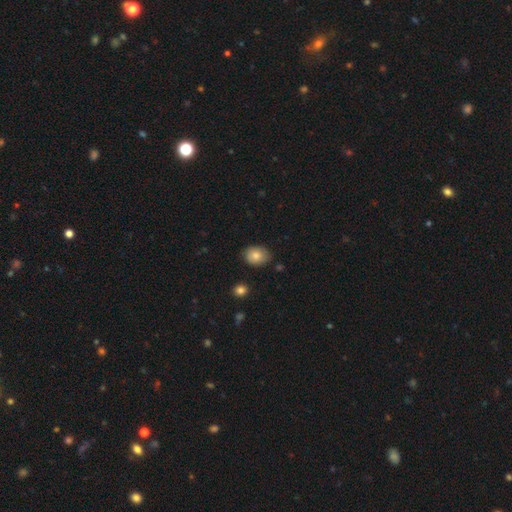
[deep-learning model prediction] smooth-or-featured: smooth: 83% | featured or disk: 9% | star or artifact: 8%
  how-rounded: in between: 64% | round: 35% | cigar-shaped: 1%
  merging: none: 82% | minor disturbance: 14% | major disturbance: 2% | merger: 2%